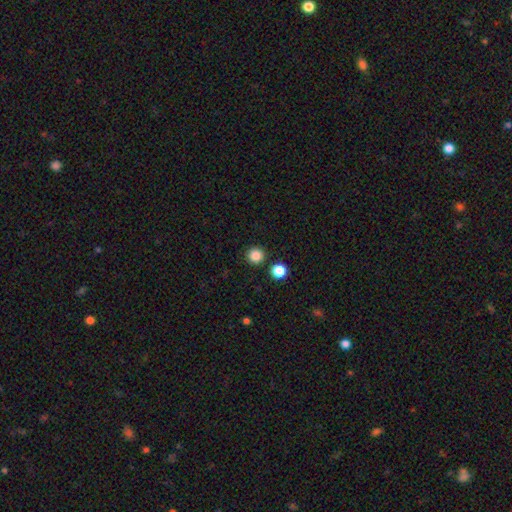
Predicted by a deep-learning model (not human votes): This is clearly a smooth galaxy (85%). How rounded: clearly round (96%). Merging: clearly none (90%).